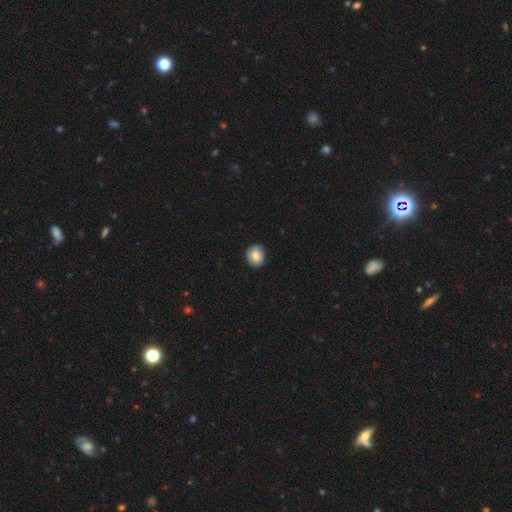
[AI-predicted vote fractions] Q: Smooth or featured?
A: smooth (78%); runner-up: featured or disk (14%)
Q: How rounded?
A: round (67%); runner-up: in between (32%)
Q: Merging?
A: none (84%); runner-up: minor disturbance (12%)